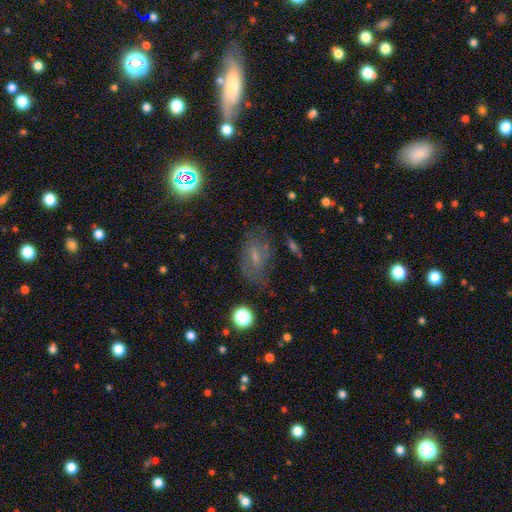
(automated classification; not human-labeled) featured or disk 46%, smooth 35%, star or artifact 19%. Down the decision tree: merging — none (59%).